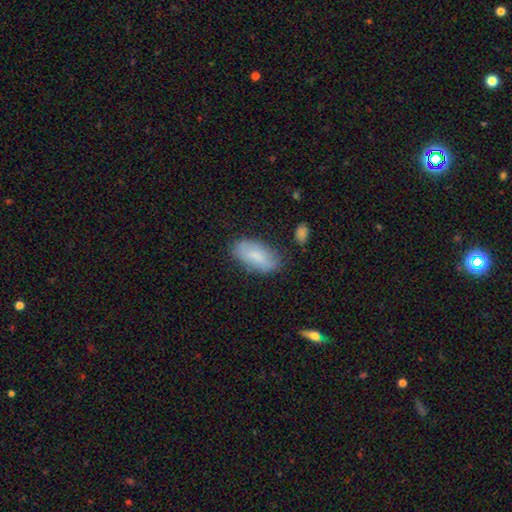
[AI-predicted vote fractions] Smooth or featured? Predicted: smooth (p=0.81). How rounded? Predicted: in between (p=0.93). Merging? Predicted: none (p=0.73).